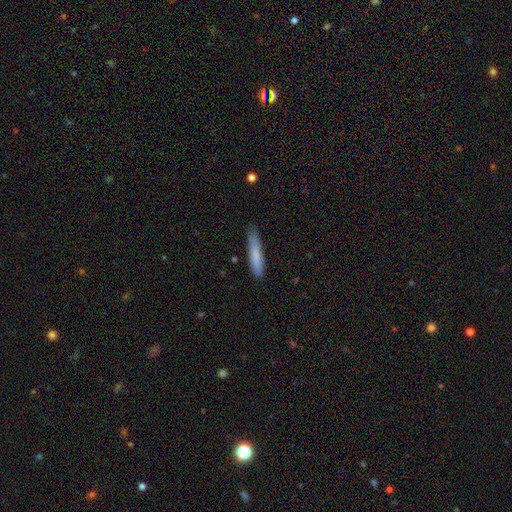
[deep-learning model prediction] Smooth or featured?
  - smooth: 79% *
  - featured or disk: 15%
  - star or artifact: 6%
How rounded?
  - cigar-shaped: 88% *
  - in between: 11%
  - round: 1%
Merging?
  - none: 75% *
  - minor disturbance: 20%
  - major disturbance: 3%
  - merger: 1%